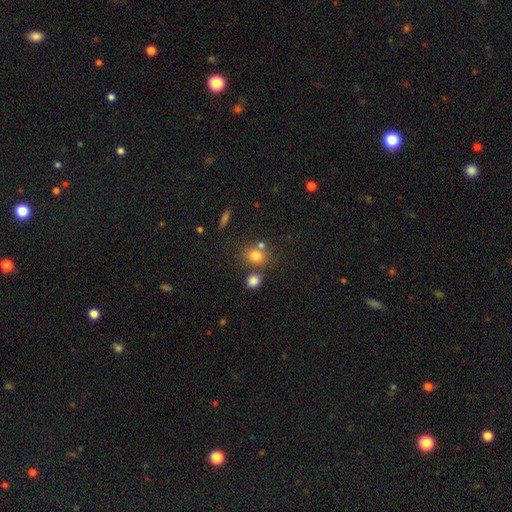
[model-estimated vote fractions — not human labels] Morphology: type=smooth (77%); roundness=round (73%); merging=none (61%).